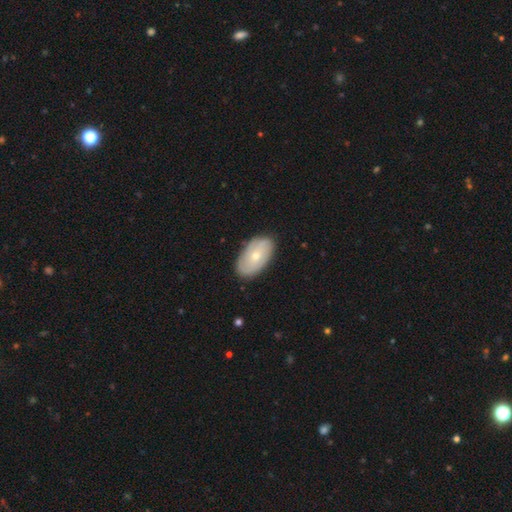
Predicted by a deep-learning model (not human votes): The model was most divided on "smooth or featured": featured or disk: 50%, smooth: 45%, star or artifact: 6%. More confident: merging — none (83%).